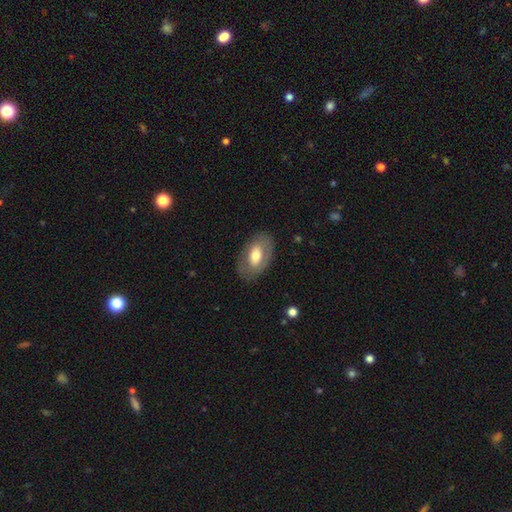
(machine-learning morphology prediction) This is possibly a smooth galaxy (56%). How rounded: clearly in between (90%). Merging: likely none (79%).